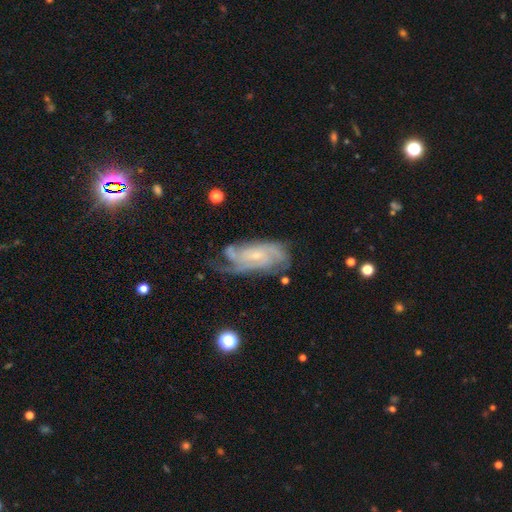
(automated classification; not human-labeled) Smooth or featured: featured or disk — 84% (smooth — 10%)
Edge-on disk: no — 94% (yes — 6%)
Bar: no — 64% (weak — 29%)
Spiral arms: yes — 96% (no — 4%)
Spiral winding: tight — 50% (medium — 38%)
Spiral arm count: can't tell — 27% (3 — 25%)
Bulge size: small — 77% (moderate — 17%)
Merging: none — 55% (minor disturbance — 25%)